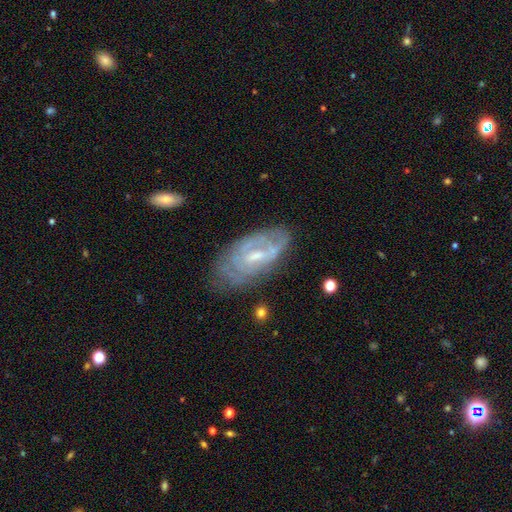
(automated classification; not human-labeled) Overall: featured or disk (72%). Edge-on disk: no (91%). Bar: weak (49%; no 34%). Spiral arms: yes (69%; no 31%). Bulge size: small (46%; moderate 42%). Merging: none (60%; minor disturbance 25%).